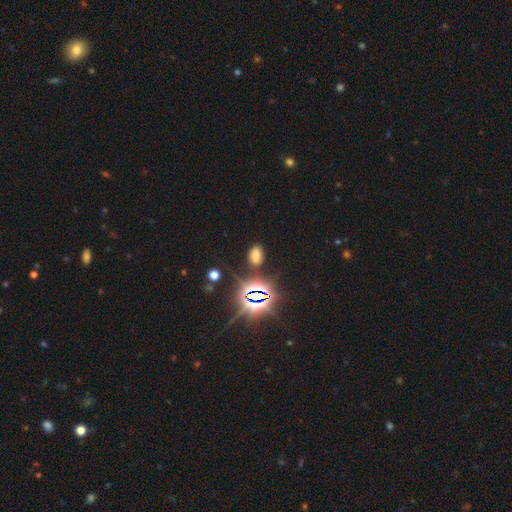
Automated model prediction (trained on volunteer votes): A smooth galaxy with no disk features (57%) that is in between round and cigar-shaped (90%).

Vote fractions:
- Smooth or featured? smooth: 57% / star or artifact: 36% / featured or disk: 7%
- How rounded? in between: 90% / round: 8% / cigar-shaped: 2%
- Merging? none: 82% / minor disturbance: 11% / major disturbance: 4% / merger: 3%